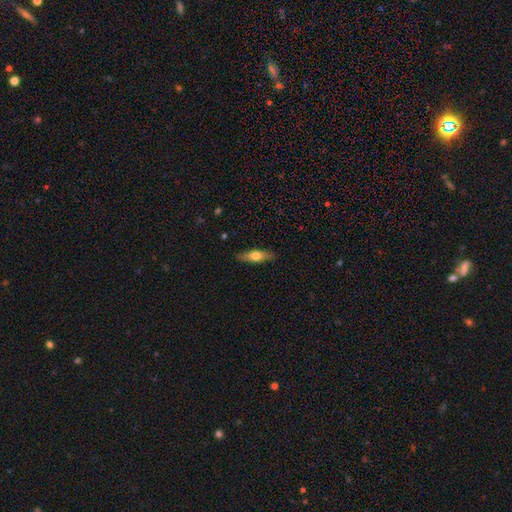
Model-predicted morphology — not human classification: Overall: smooth (54%; featured or disk 40%). How rounded: cigar-shaped (56%; in between 41%). Merging: none (87%).